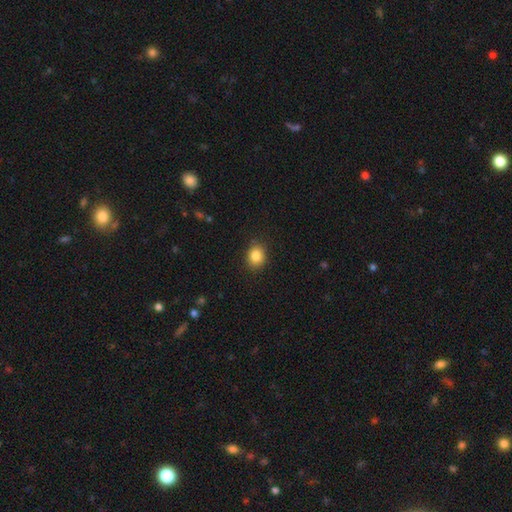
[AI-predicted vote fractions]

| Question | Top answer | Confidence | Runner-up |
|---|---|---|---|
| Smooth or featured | smooth | 85% | star or artifact (10%) |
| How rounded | round | 61% | in between (38%) |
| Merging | none | 86% | minor disturbance (10%) |